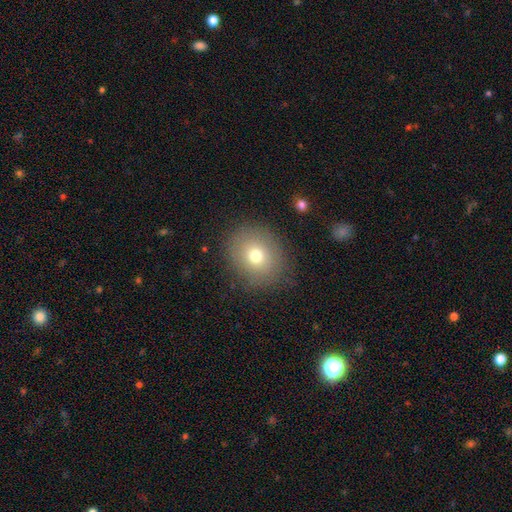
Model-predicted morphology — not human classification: smooth-or-featured: smooth: 70% | featured or disk: 15% | star or artifact: 14%
  how-rounded: round: 72% | in between: 27% | cigar-shaped: 1%
  merging: none: 84% | minor disturbance: 11% | major disturbance: 4% | merger: 1%